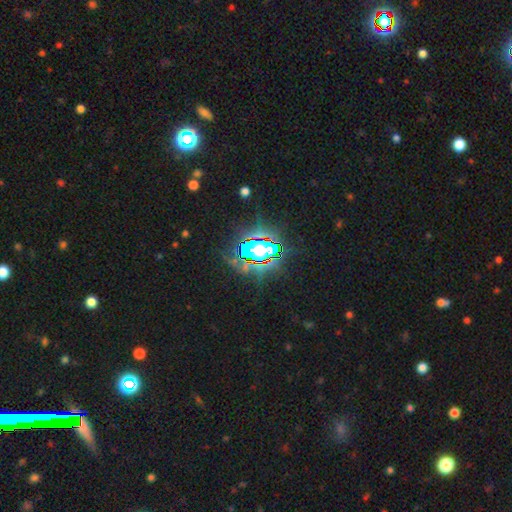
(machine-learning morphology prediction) This appears to be a star or artifact, not a galaxy (82%).